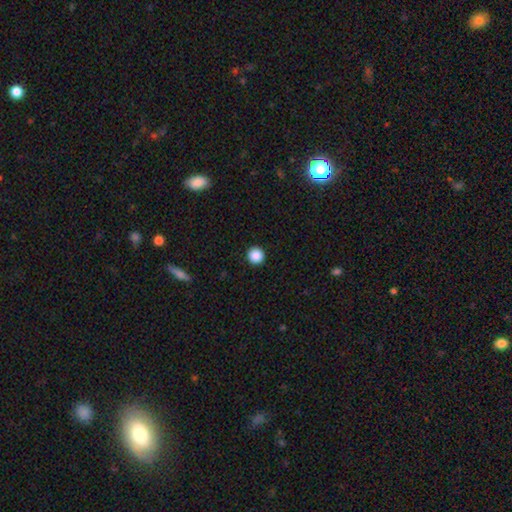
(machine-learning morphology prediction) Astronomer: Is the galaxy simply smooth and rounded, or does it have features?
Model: smooth — 88%.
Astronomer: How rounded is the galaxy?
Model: round — 96%.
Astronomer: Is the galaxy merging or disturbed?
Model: none — 94%.